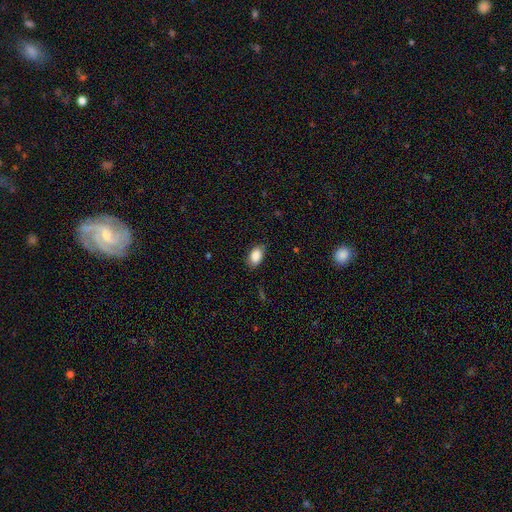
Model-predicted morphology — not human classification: Smooth or featured? smooth (88%)
How rounded? in between (89%)
Merging? none (79%)